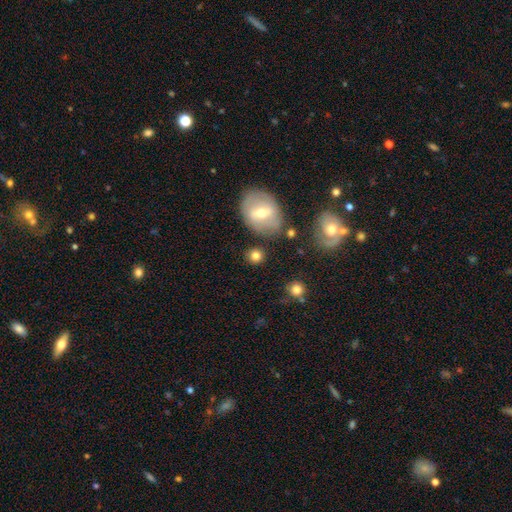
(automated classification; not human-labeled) A smooth galaxy with no disk features (77%) that is round (81%). Merging: none (78%).